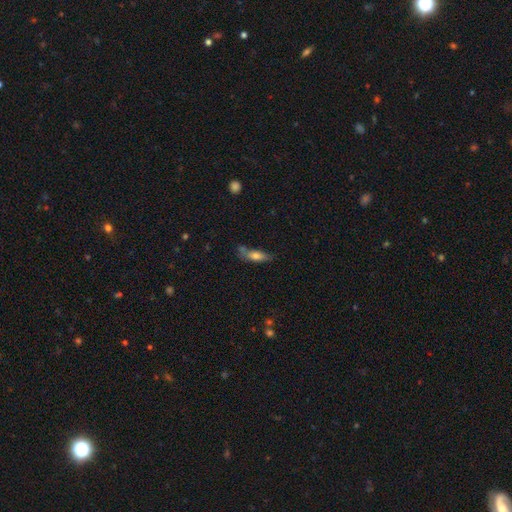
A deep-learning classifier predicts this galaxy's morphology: This appears to be a smooth galaxy with no disk features (65%) that is in between round and cigar-shaped (49%). Merging: none (54%).